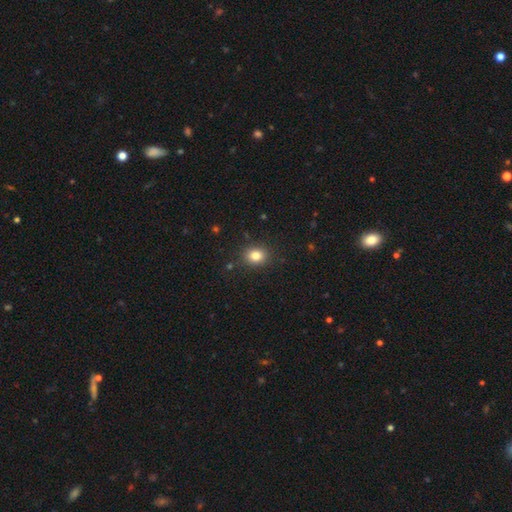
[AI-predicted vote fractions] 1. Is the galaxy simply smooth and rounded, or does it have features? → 82% smooth, 12% star or artifact, 6% featured or disk.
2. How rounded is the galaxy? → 60% round, 39% in between, 1% cigar-shaped.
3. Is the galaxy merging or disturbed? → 87% none, 9% minor disturbance, 3% major disturbance, 1% merger.